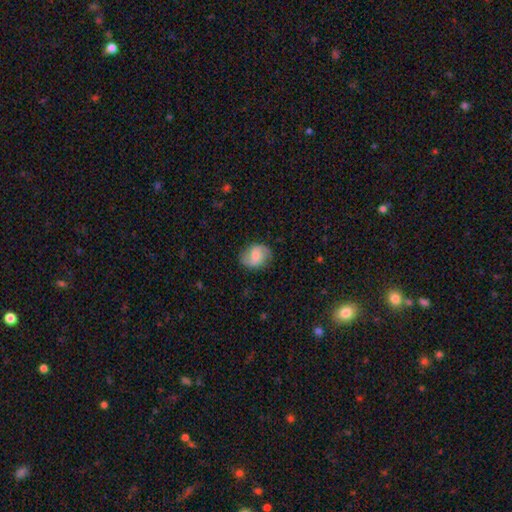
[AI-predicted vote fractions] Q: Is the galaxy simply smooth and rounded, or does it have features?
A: featured or disk — 49%.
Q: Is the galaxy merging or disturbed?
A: none — 79%.